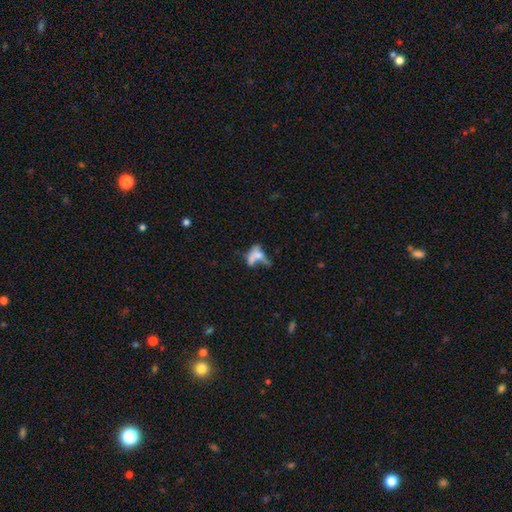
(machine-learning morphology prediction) A smooth galaxy with no disk features (53%) that is in between round and cigar-shaped (65%). Merging: merger (41%).